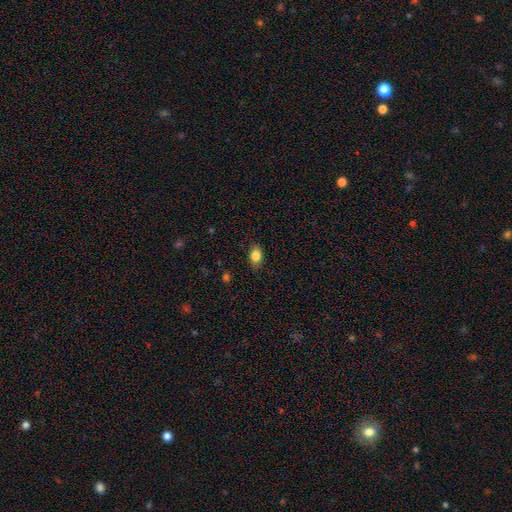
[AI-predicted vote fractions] A smooth galaxy with no disk features (84%) that is in between round and cigar-shaped (80%).

Vote fractions:
- Smooth or featured? smooth: 84% / star or artifact: 9% / featured or disk: 7%
- How rounded? in between: 80% / round: 18% / cigar-shaped: 2%
- Merging? none: 84% / minor disturbance: 12% / major disturbance: 3% / merger: 1%